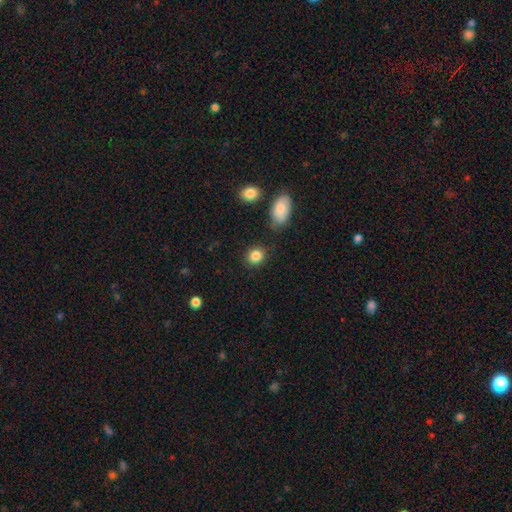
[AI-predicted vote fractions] This appears to be a smooth galaxy with no disk features (86%) that is round (74%). Merging: none (84%).